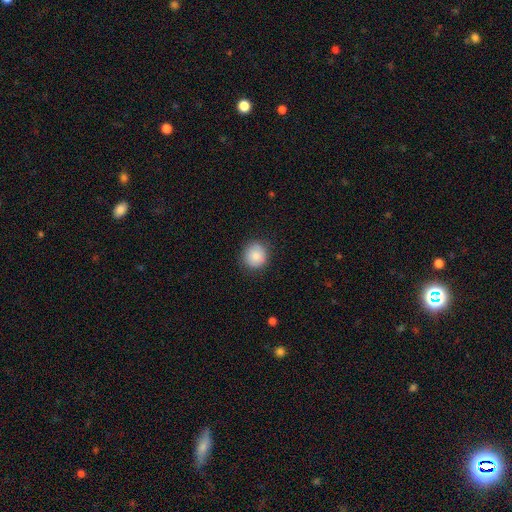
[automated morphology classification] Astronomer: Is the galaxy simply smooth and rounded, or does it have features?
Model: smooth — 86%.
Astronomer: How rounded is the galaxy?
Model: round — 87%.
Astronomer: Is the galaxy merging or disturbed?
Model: none — 85%.